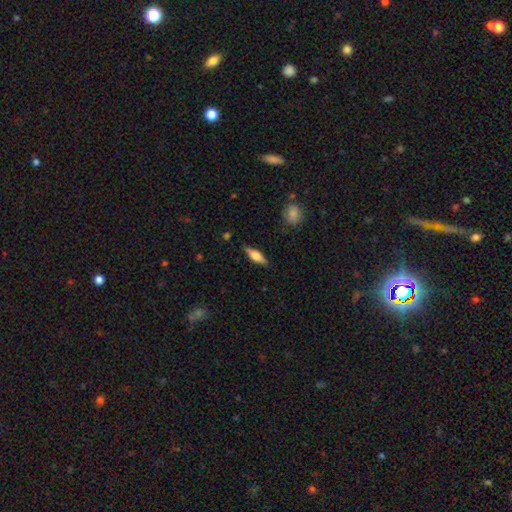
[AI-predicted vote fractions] smooth_or_featured: smooth (p=0.48) [alt: featured or disk p=0.45]
merging: none (p=0.85) [alt: minor disturbance p=0.11]